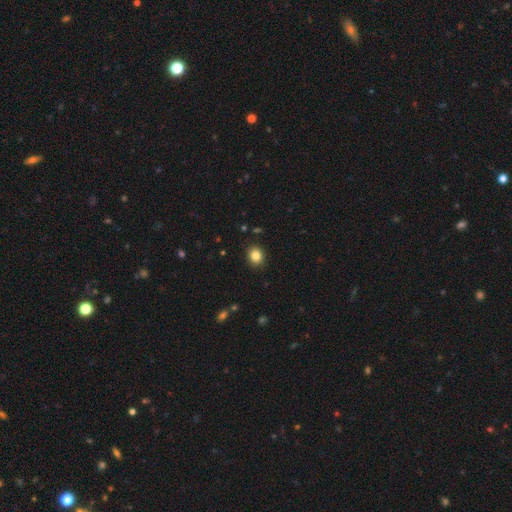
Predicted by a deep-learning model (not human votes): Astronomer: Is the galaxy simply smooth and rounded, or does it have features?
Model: smooth — 84%.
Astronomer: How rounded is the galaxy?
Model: round — 58% (runner-up: in between, 41%).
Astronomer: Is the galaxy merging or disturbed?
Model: none — 90%.